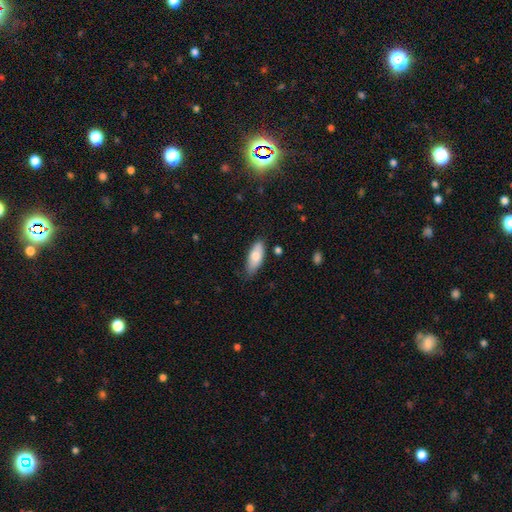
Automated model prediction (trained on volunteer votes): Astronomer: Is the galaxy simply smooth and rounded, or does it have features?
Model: smooth — 76%.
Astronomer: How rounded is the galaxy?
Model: in between — 80%.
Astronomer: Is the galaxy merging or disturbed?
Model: none — 74%.